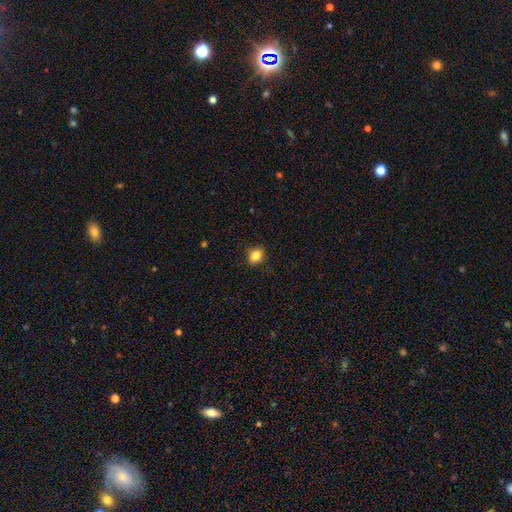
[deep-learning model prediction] smooth_or_featured: smooth (p=0.83) [alt: star or artifact p=0.11]
how_rounded: round (p=0.62) [alt: in between p=0.37]
merging: none (p=0.89) [alt: minor disturbance p=0.09]